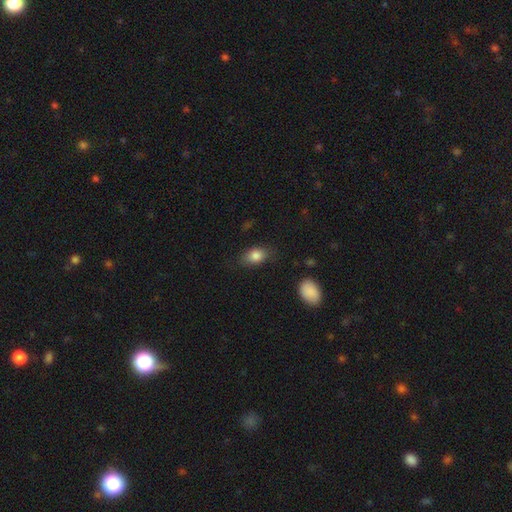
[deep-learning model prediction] This appears to be a smooth galaxy with no disk features (84%) that is in between round and cigar-shaped (82%). Merging: none (76%).